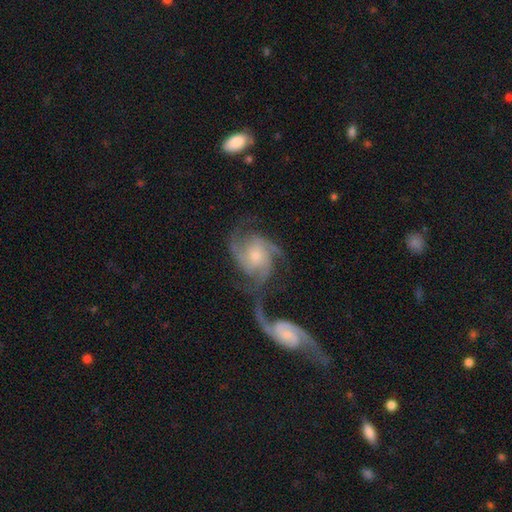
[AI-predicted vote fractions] This appears to be a featured or disk galaxy (88%) with no bar (71%), 3 (44%) medium (46%) spiral arms (97%) and a small central bulge (53%). Merging: none (39%).